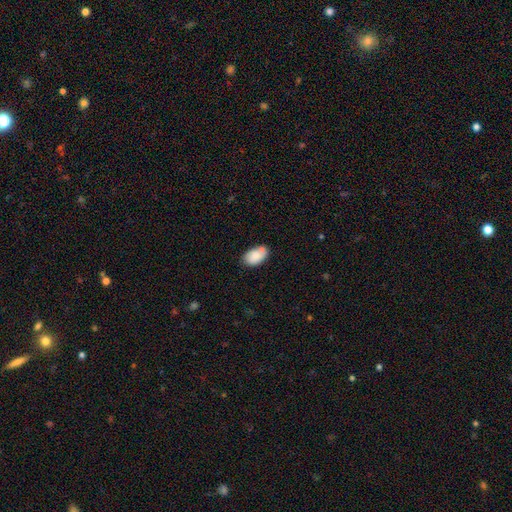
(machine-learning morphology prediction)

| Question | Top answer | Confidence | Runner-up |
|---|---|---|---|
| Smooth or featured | smooth | 80% | featured or disk (13%) |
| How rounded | in between | 92% | round (7%) |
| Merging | none | 62% | minor disturbance (21%) |